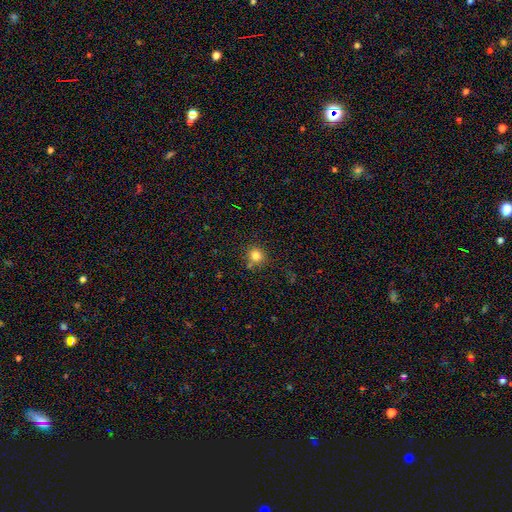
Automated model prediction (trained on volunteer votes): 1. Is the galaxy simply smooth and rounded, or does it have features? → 81% smooth, 13% star or artifact, 6% featured or disk.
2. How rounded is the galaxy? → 89% round, 10% in between, 1% cigar-shaped.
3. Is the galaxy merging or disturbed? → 77% none, 11% minor disturbance, 9% merger, 3% major disturbance.